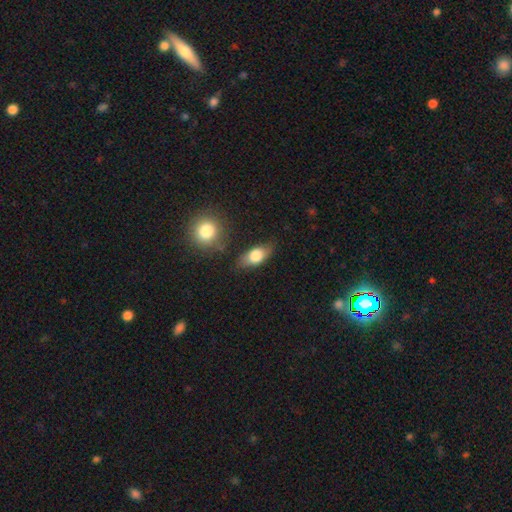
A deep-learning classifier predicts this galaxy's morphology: Smooth or featured? Predicted: smooth (p=0.74). How rounded? Predicted: in between (p=0.83). Merging? Predicted: none (p=0.76).